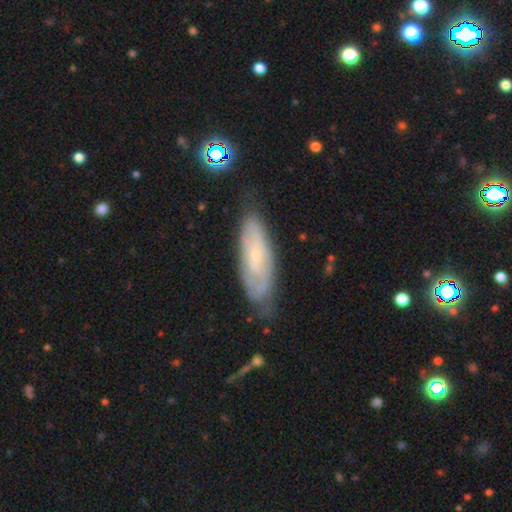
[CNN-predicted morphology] Smooth or featured: featured or disk — 66% (smooth — 27%)
Edge-on disk: no — 81% (yes — 19%)
Bar: no — 72% (weak — 23%)
Spiral arms: yes — 74% (no — 26%)
Bulge size: small — 77% (moderate — 18%)
Merging: none — 68% (minor disturbance — 23%)